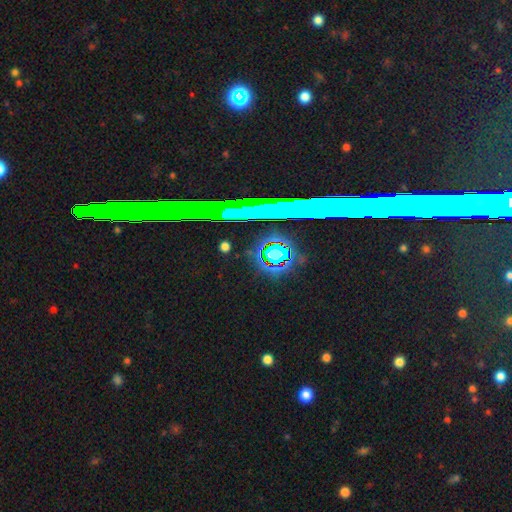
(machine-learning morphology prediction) Smooth or featured? star or artifact (79%)